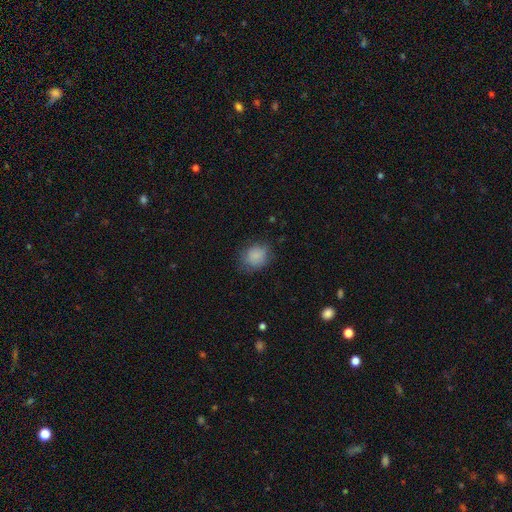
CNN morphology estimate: A smooth galaxy with no disk features (85%) that is round (66%).

Vote fractions:
- Smooth or featured? smooth: 85% / star or artifact: 9% / featured or disk: 7%
- How rounded? round: 66% / in between: 33% / cigar-shaped: 1%
- Merging? none: 71% / minor disturbance: 21% / major disturbance: 7% / merger: 1%